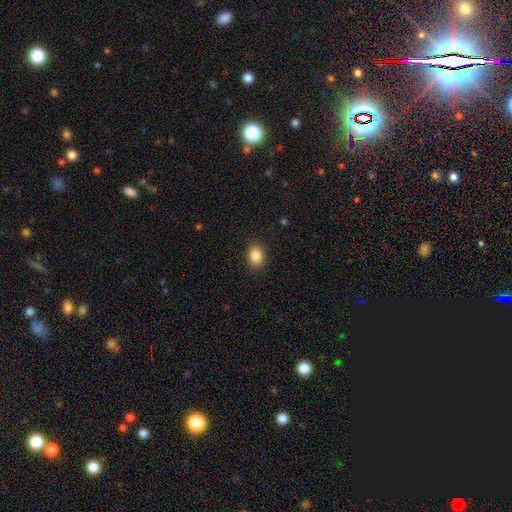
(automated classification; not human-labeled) Morphology: type=smooth (86%); roundness=in between (68%); merging=none (88%).